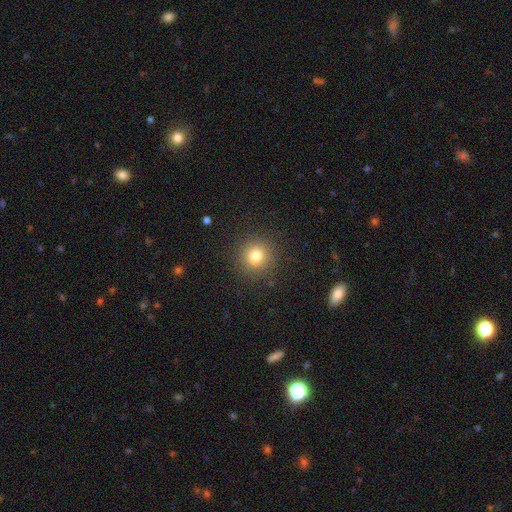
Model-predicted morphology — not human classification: Smooth or featured? Predicted: smooth (p=0.79). How rounded? Predicted: round (p=0.93). Merging? Predicted: none (p=0.89).